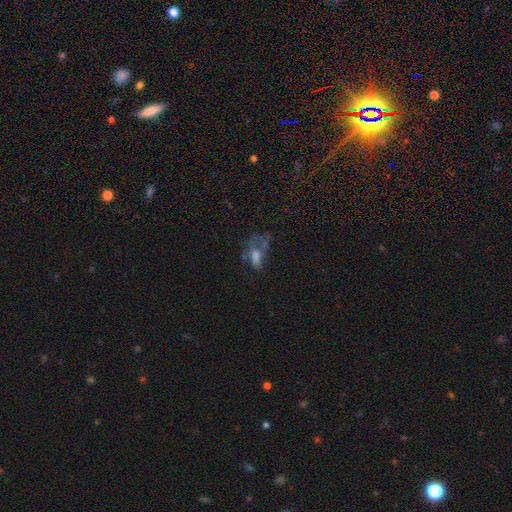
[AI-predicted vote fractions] Smooth or featured? smooth (47%)
Merging? major disturbance (43%)